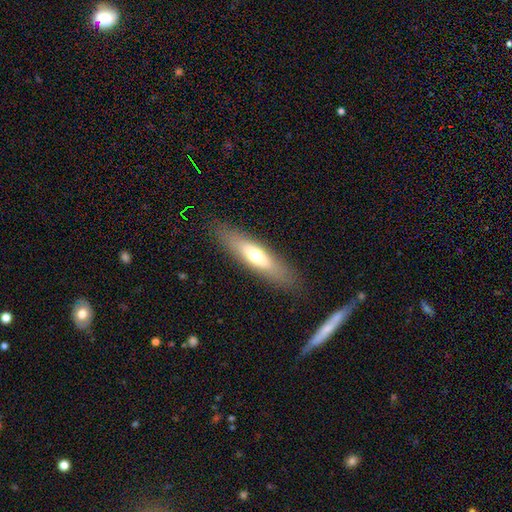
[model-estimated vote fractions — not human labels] A smooth galaxy with no disk features (60%) that is cigar-shaped (69%). Merging: none (86%).